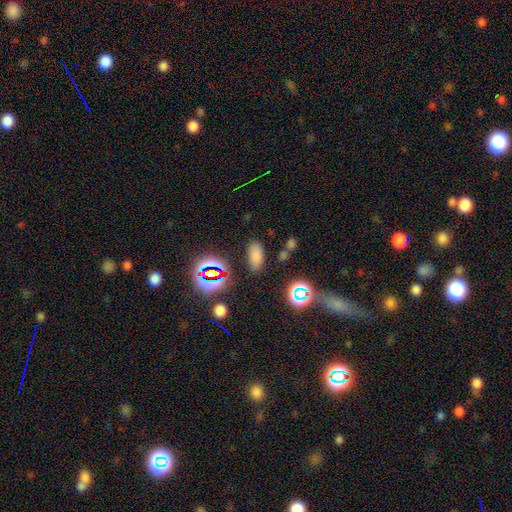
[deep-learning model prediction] The model was most divided on "smooth or featured": smooth: 71%, star or artifact: 23%, featured or disk: 7%. More confident: how rounded — in between (88%); merging — none (81%).